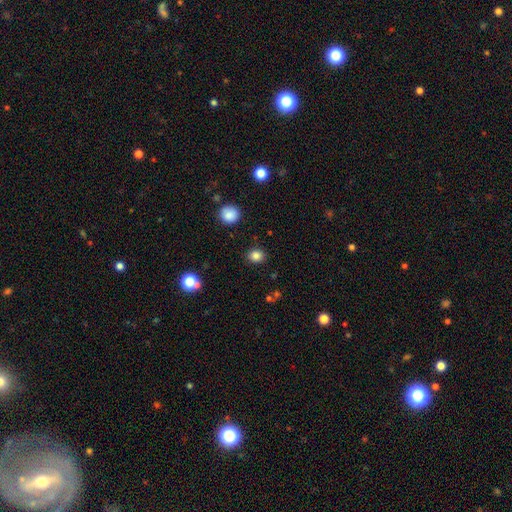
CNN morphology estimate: This is clearly a smooth galaxy (84%). How rounded: likely round (70%). Merging: clearly none (89%).